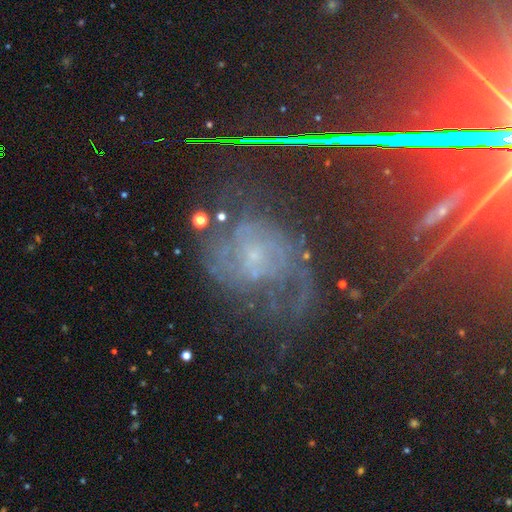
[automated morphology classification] Smooth or featured?
  - featured or disk: 65% *
  - star or artifact: 24%
  - smooth: 11%
Edge-on disk?
  - no: 94% *
  - yes: 6%
Bar?
  - no: 62% *
  - weak: 29%
  - strong: 10%
Spiral arms?
  - yes: 88% *
  - no: 12%
Spiral winding?
  - tight: 41% *
  - medium: 40%
  - loose: 19%
Spiral arm count?
  - 2: 40% *
  - can't tell: 35%
  - 3: 9%
  - 1: 6%
  - 4: 5%
  - more than 4: 5%
Bulge size?
  - small: 74% *
  - moderate: 15%
  - none: 8%
  - large: 2%
  - dominant: 1%
Merging?
  - none: 57% *
  - major disturbance: 20%
  - minor disturbance: 20%
  - merger: 3%